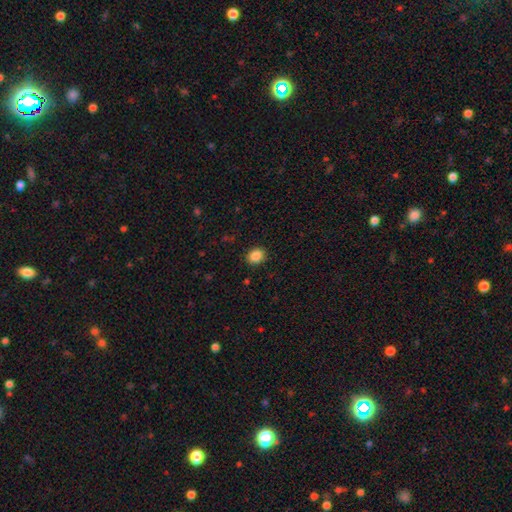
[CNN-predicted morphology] Smooth or featured: smooth — 88% (star or artifact — 9%)
How rounded: round — 50% (tied with in between — 50%)
Merging: none — 89% (minor disturbance — 7%)